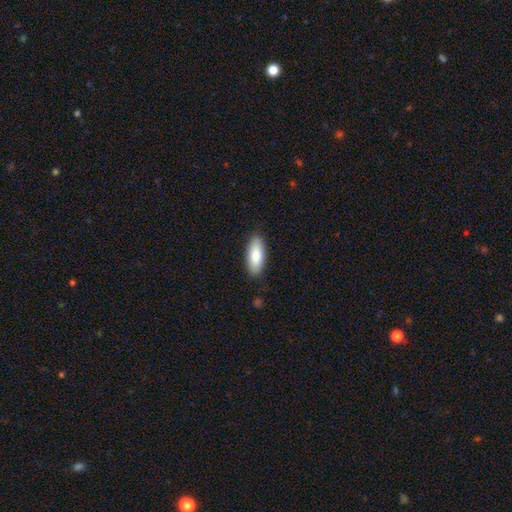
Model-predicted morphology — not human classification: type=smooth (82%); roundness=in between (77%); merging=none (87%).